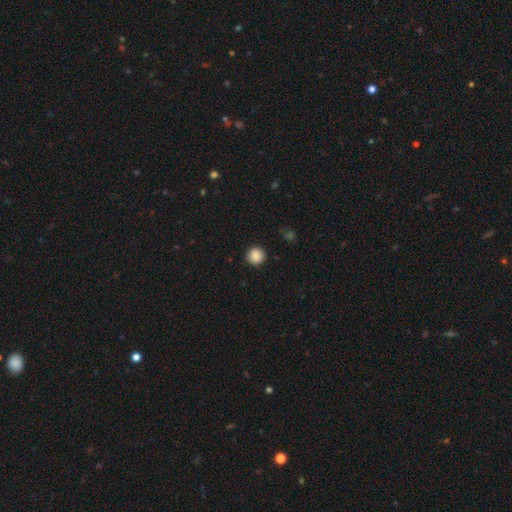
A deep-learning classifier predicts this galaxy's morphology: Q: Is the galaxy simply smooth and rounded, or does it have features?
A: smooth — 88%.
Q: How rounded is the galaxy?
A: round — 93%.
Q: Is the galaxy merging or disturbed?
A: none — 90%.